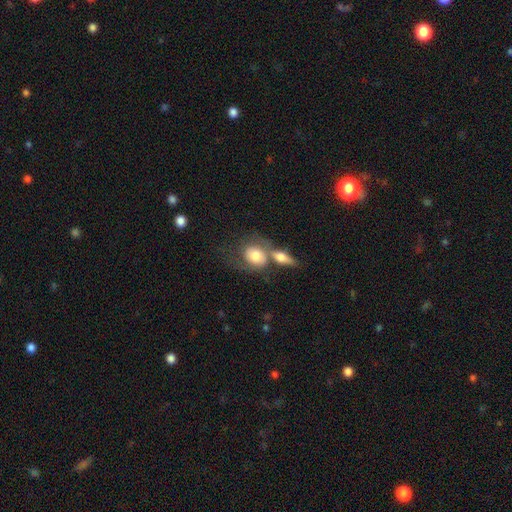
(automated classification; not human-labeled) smooth-or-featured: smooth: 68% | featured or disk: 26% | star or artifact: 7%
  how-rounded: in between: 51% | round: 47% | cigar-shaped: 2%
  merging: merger: 53% | none: 26% | minor disturbance: 12% | major disturbance: 9%